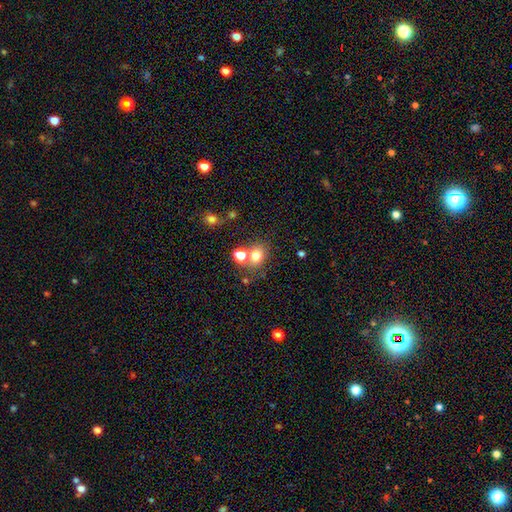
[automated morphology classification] Smooth or featured?
  - smooth: 75% *
  - star or artifact: 15%
  - featured or disk: 10%
How rounded?
  - round: 55% *
  - in between: 43%
  - cigar-shaped: 1%
Merging?
  - none: 57% *
  - merger: 26%
  - minor disturbance: 11%
  - major disturbance: 5%